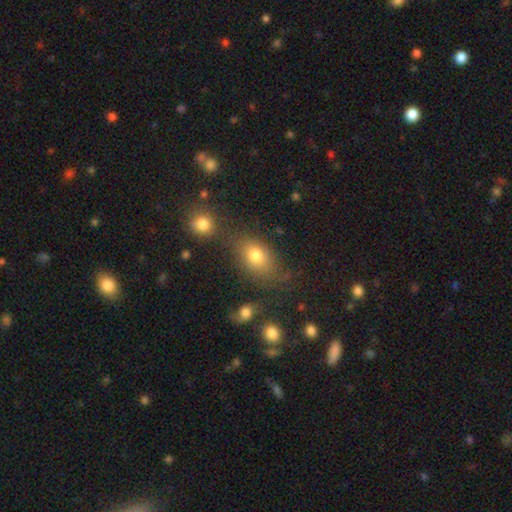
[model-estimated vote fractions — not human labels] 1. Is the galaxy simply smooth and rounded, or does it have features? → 76% smooth, 13% star or artifact, 12% featured or disk.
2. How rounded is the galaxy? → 73% in between, 25% round, 2% cigar-shaped.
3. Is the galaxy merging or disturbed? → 64% none, 16% minor disturbance, 13% merger, 7% major disturbance.